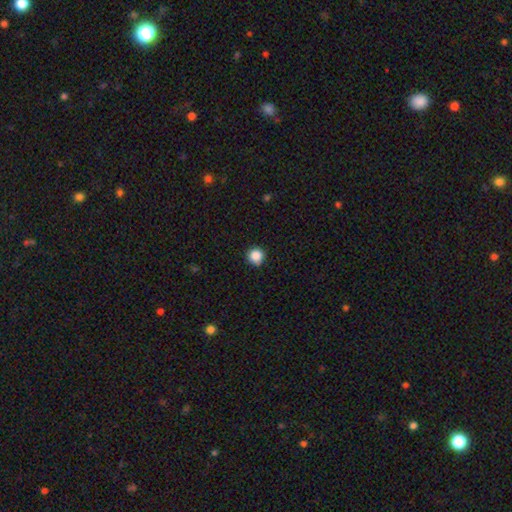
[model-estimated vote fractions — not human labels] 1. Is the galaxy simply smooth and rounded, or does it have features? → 87% smooth, 10% star or artifact, 3% featured or disk.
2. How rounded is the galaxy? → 95% round, 4% in between, 1% cigar-shaped.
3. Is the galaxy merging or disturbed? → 88% none, 9% minor disturbance, 2% major disturbance, 1% merger.